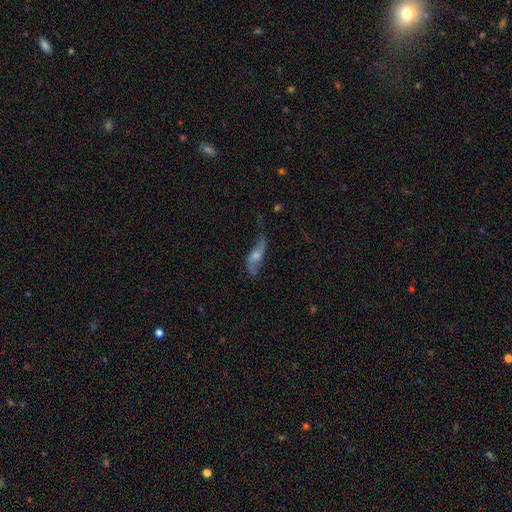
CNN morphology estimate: This is likely a featured or disk galaxy (67%). It is likely not viewed edge-on (73%). Merging: possibly none (58%).